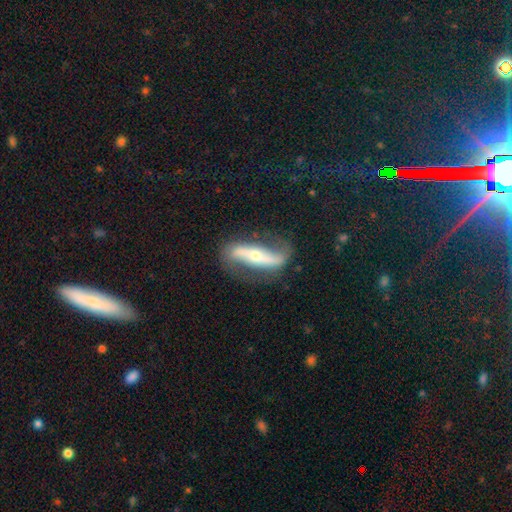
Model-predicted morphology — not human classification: This is clearly a featured or disk galaxy (81%). It is likely not viewed edge-on (78%). Bar: possibly strong (56%). Spiral arm pattern: clearly yes (89%). Spiral arm count: clearly 2 (90%). Spiral winding: likely loose (69%). Central bulge: possibly small (56%). Merging: likely none (72%).